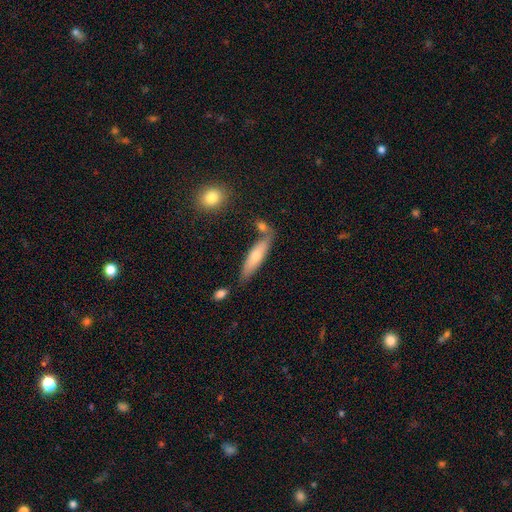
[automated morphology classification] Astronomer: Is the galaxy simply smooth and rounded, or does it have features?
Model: smooth — 63%.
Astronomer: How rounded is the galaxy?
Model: cigar-shaped — 70%.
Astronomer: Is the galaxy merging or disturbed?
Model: none — 65%.